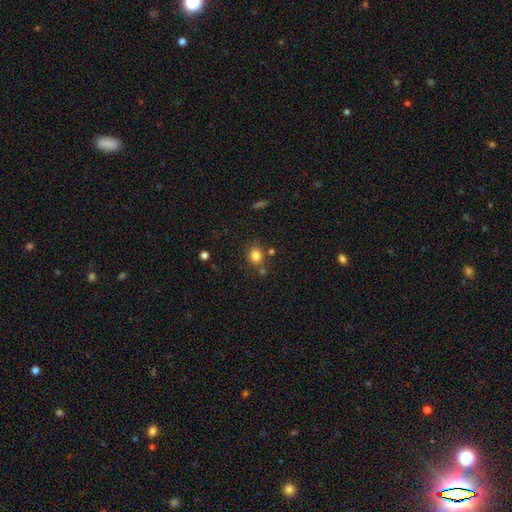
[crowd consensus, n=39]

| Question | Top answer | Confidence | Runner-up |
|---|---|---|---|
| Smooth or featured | smooth | 90% | star or artifact (8%) |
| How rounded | round | 77% | in between (23%) |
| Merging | none | 69% | minor disturbance (14%) |